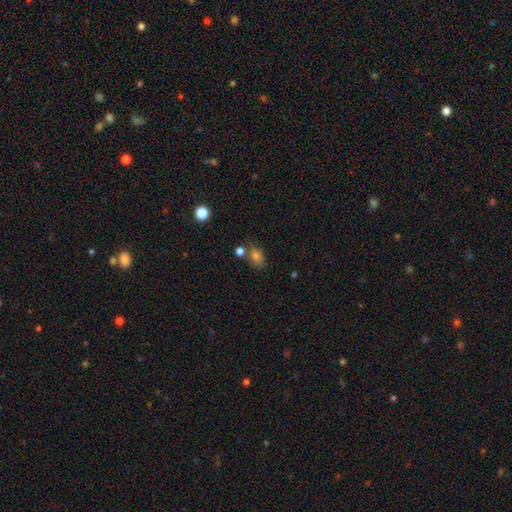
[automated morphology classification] Smooth or featured: smooth — 75% (star or artifact — 16%)
How rounded: in between — 70% (round — 29%)
Merging: none — 64% (minor disturbance — 17%)